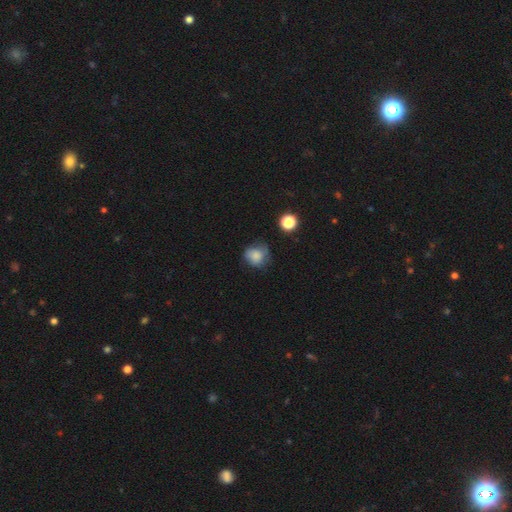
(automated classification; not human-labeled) Morphology: type=smooth (77%); roundness=round (77%); merging=none (55%).